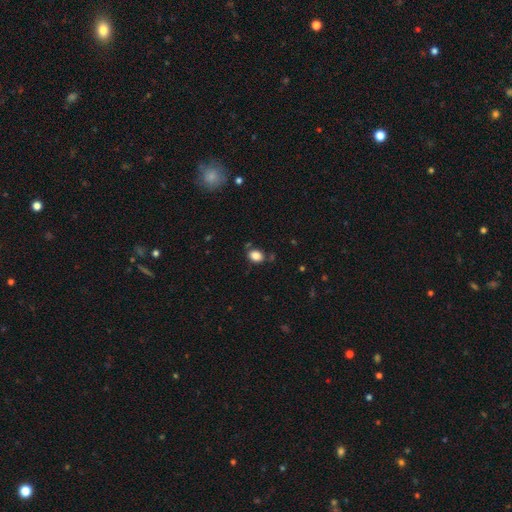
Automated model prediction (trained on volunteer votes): Overall: smooth (85%). How rounded: in between (59%; round 40%). Merging: none (76%).